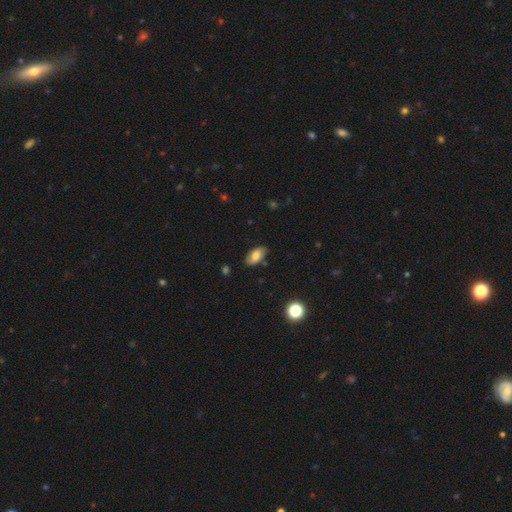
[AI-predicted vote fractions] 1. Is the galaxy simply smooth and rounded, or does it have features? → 68% smooth, 24% featured or disk, 8% star or artifact.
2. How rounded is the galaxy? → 92% in between, 4% round, 3% cigar-shaped.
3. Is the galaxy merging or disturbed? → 80% none, 15% minor disturbance, 3% major disturbance, 2% merger.